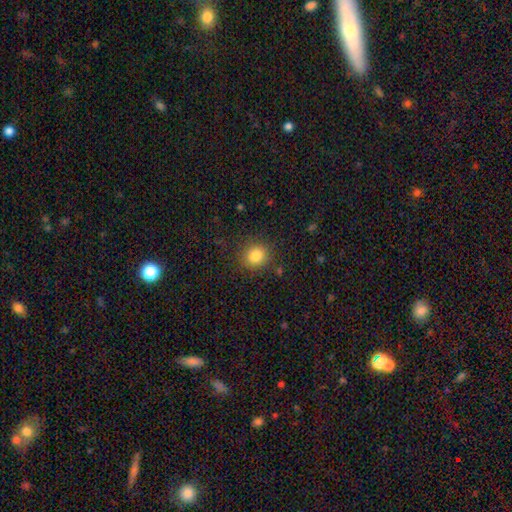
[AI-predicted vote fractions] A smooth galaxy with no disk features (83%) that is round (83%).

Vote fractions:
- Smooth or featured? smooth: 83% / star or artifact: 12% / featured or disk: 6%
- How rounded? round: 83% / in between: 16% / cigar-shaped: 1%
- Merging? none: 87% / minor disturbance: 8% / major disturbance: 3% / merger: 1%